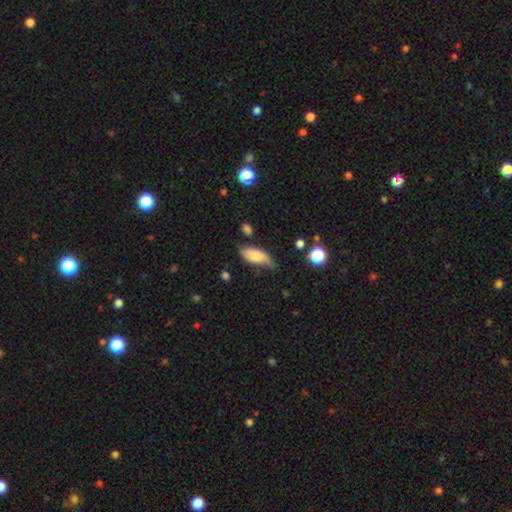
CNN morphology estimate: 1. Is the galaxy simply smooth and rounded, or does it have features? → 74% smooth, 19% featured or disk, 7% star or artifact.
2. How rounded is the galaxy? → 85% in between, 12% cigar-shaped, 3% round.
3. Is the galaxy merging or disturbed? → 51% none, 37% minor disturbance, 9% major disturbance, 4% merger.